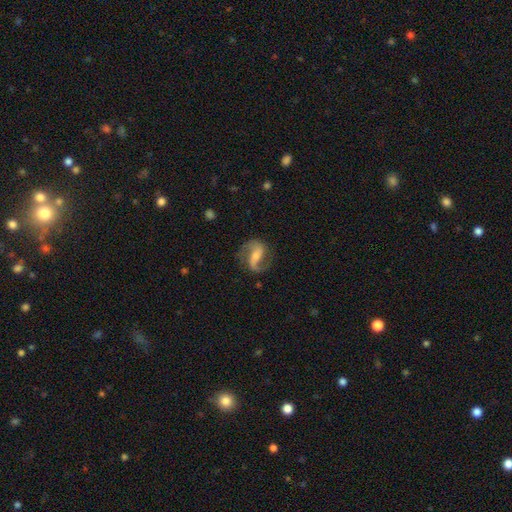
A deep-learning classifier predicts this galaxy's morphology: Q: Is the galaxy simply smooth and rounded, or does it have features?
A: featured or disk — 84%.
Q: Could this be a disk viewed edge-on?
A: no — 97%.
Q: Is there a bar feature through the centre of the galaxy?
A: strong — 41%.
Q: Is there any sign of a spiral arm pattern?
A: yes — 95%.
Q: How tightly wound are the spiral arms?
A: loose — 44%, tied with medium.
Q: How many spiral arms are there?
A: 2 — 89%.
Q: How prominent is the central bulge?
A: small — 48%.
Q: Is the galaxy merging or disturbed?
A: none — 74%.